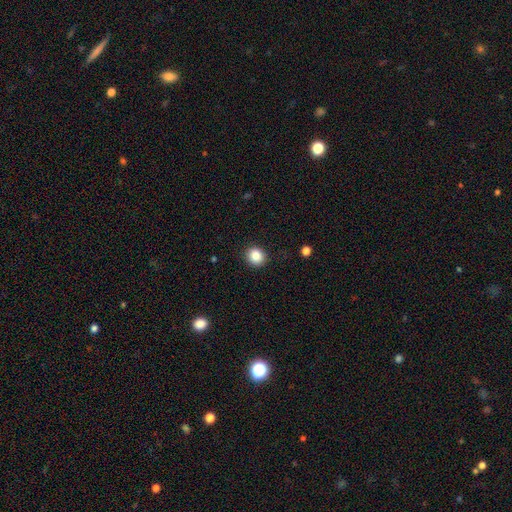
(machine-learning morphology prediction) type=smooth (85%); roundness=round (81%); merging=none (90%).